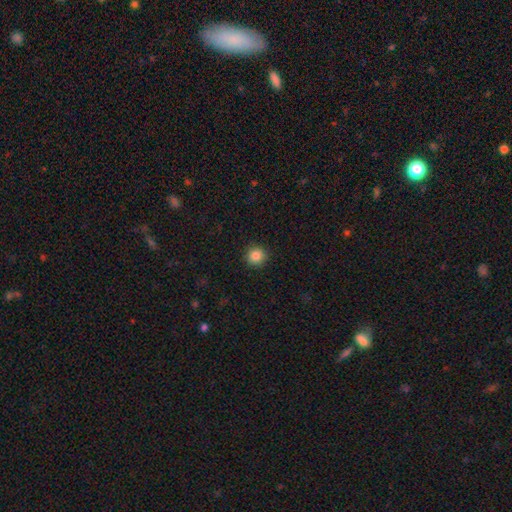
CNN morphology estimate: The model was most divided on "smooth or featured": smooth: 86%, star or artifact: 10%, featured or disk: 4%. More confident: how rounded — round (94%); merging — none (92%).